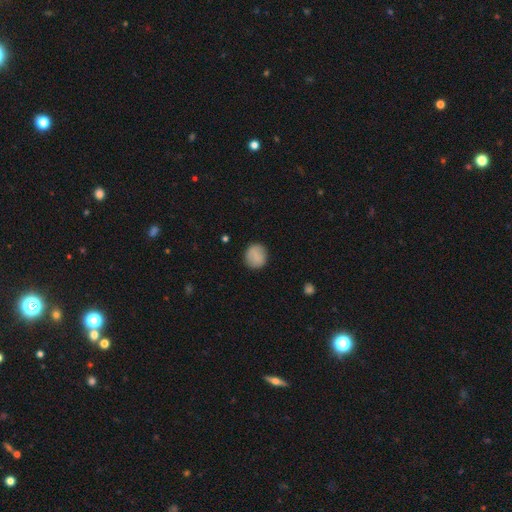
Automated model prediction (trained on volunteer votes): A smooth galaxy with no disk features (85%) that is round (84%).

Vote fractions:
- Smooth or featured? smooth: 85% / star or artifact: 8% / featured or disk: 7%
- How rounded? round: 84% / in between: 15% / cigar-shaped: 1%
- Merging? none: 87% / minor disturbance: 9% / major disturbance: 3% / merger: 1%